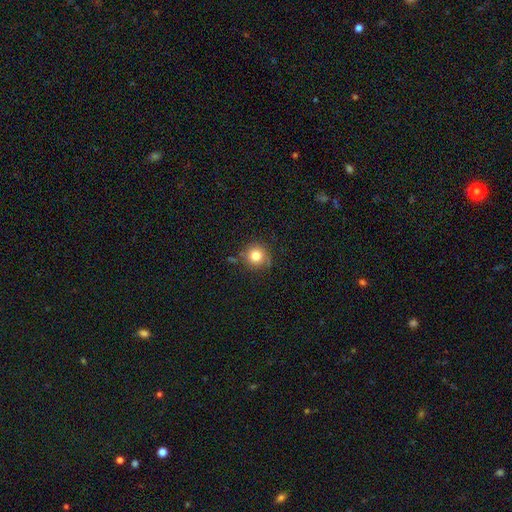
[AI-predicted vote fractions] Overall: smooth (80%). How rounded: round (93%). Merging: none (77%).